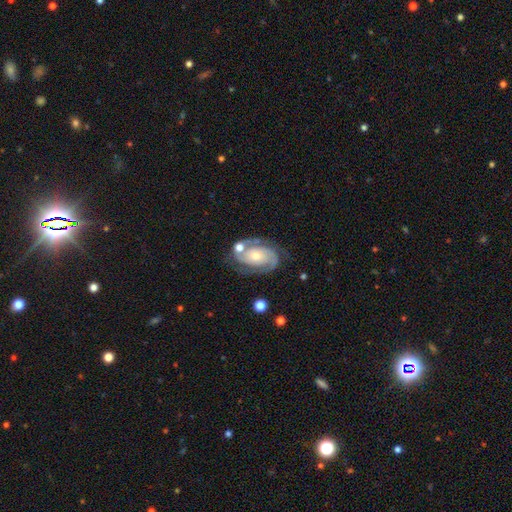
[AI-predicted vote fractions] Smooth or featured? featured or disk (87%)
Edge-on disk? no (97%)
Bar? no (70%)
Spiral arms? yes (97%)
Spiral winding? tight (53%)
Spiral arm count? 2 (86%)
Bulge size? small (47%)
Merging? none (66%)